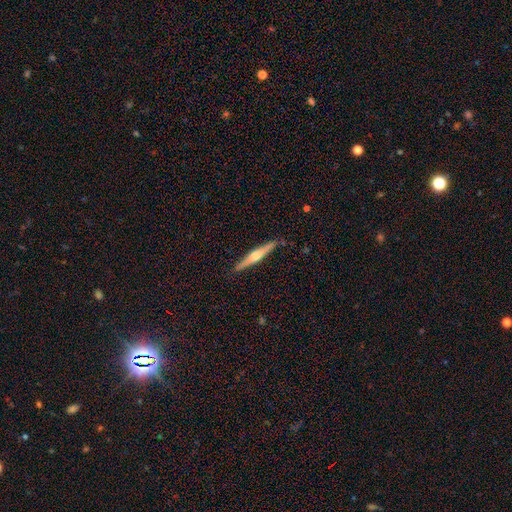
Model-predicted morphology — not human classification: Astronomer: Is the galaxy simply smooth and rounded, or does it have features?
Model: featured or disk — 67%.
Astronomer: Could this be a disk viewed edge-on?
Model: yes — 98%.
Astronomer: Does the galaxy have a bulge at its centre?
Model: rounded — 90%.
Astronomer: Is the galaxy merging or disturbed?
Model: none — 90%.